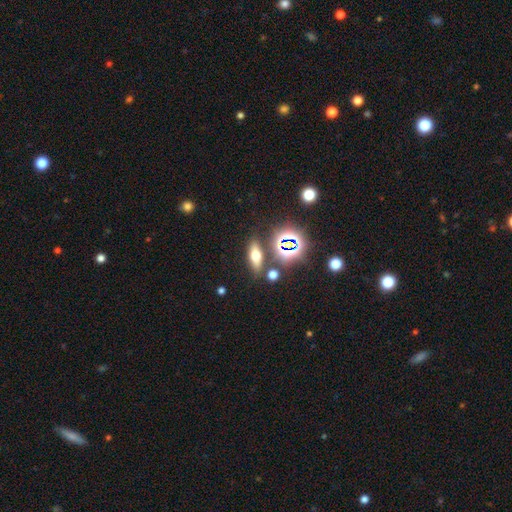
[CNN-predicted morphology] A smooth galaxy with no disk features (50%). Merging: none (79%).